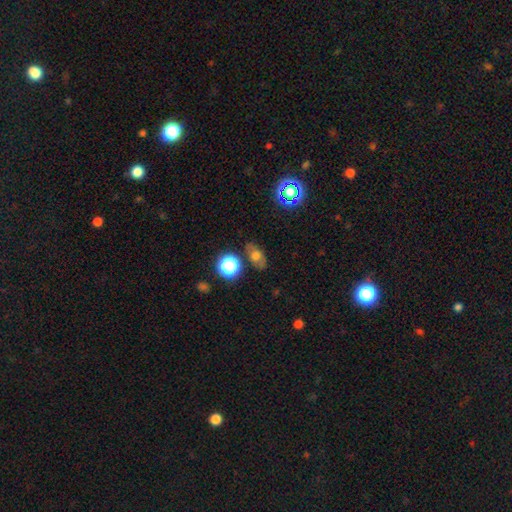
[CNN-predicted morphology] smooth 60%, featured or disk 22%, star or artifact 18%. Down the decision tree: how rounded — in between (69%); merging — none (79%).